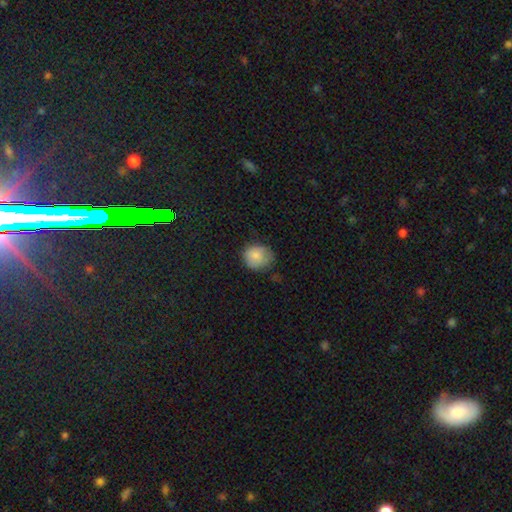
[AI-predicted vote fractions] A smooth galaxy with no disk features (83%) that is round (75%).

Vote fractions:
- Smooth or featured? smooth: 83% / star or artifact: 8% / featured or disk: 8%
- How rounded? round: 75% / in between: 24% / cigar-shaped: 1%
- Merging? none: 62% / minor disturbance: 29% / major disturbance: 7% / merger: 2%